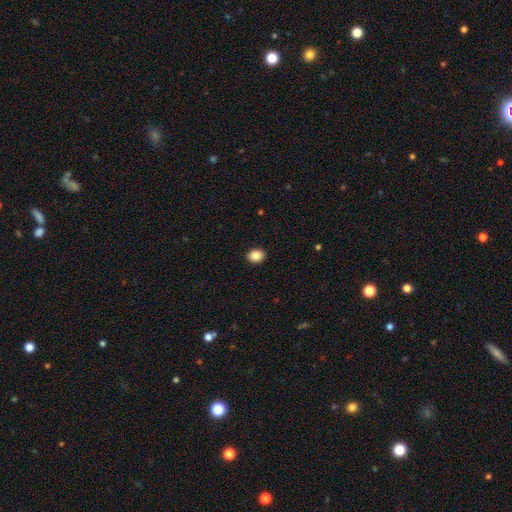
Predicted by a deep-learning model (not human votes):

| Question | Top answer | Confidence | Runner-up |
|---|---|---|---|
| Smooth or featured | smooth | 87% | star or artifact (9%) |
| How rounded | in between | 56% | round (43%) |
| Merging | none | 92% | minor disturbance (6%) |